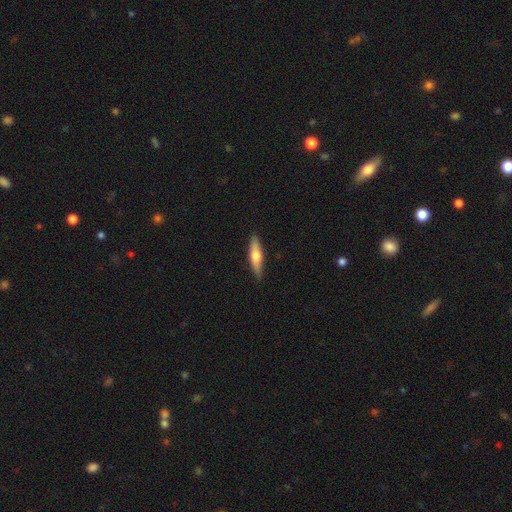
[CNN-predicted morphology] Smooth or featured: smooth — 52% (featured or disk — 42%)
How rounded: cigar-shaped — 72% (in between — 26%)
Merging: none — 87% (minor disturbance — 10%)